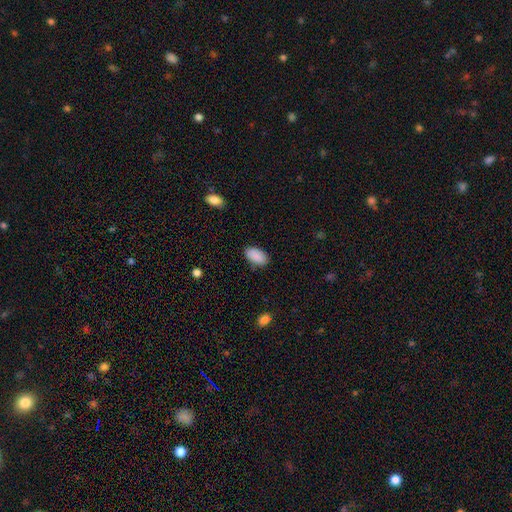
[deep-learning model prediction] Smooth or featured?
  - smooth: 90% *
  - star or artifact: 7%
  - featured or disk: 3%
How rounded?
  - in between: 94% *
  - round: 3%
  - cigar-shaped: 2%
Merging?
  - none: 85% *
  - minor disturbance: 11%
  - major disturbance: 3%
  - merger: 1%